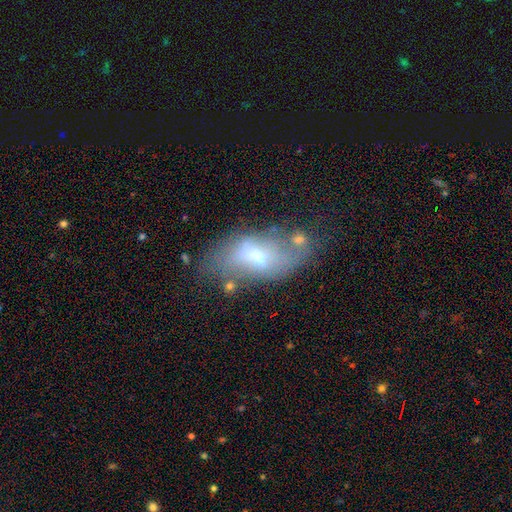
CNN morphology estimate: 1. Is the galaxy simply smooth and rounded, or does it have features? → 46% featured or disk, 43% smooth, 11% star or artifact.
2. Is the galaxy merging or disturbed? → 47% none, 24% minor disturbance, 17% major disturbance, 12% merger.